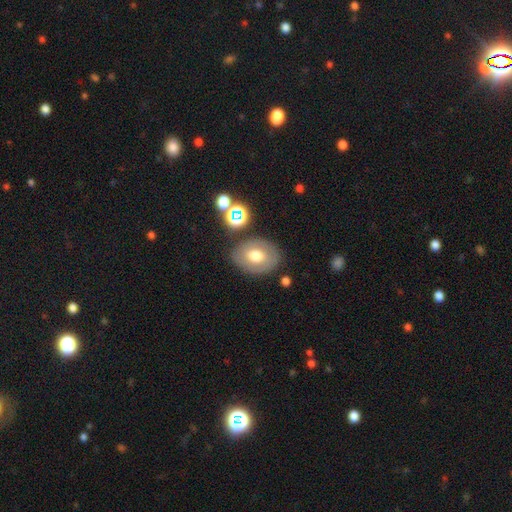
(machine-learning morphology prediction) The model was most divided on "smooth or featured": smooth: 59%, featured or disk: 32%, star or artifact: 9%. More confident: merging — none (77%); how rounded — in between (67%).